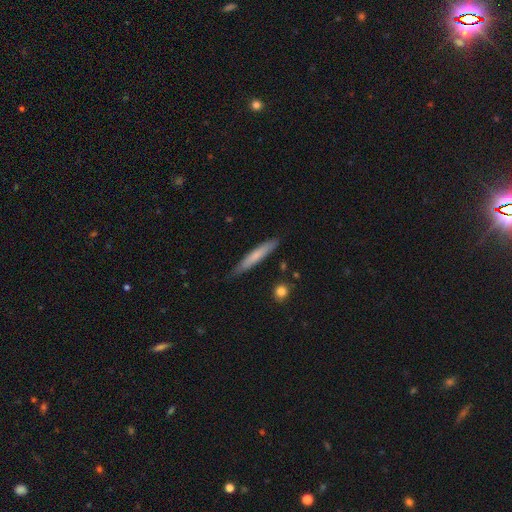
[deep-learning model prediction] Smooth or featured? smooth (68%)
How rounded? cigar-shaped (94%)
Merging? none (81%)